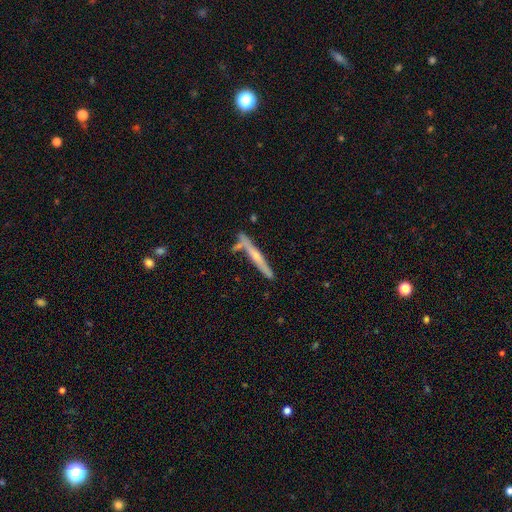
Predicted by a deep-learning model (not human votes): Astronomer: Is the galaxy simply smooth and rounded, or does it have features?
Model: featured or disk — 62%.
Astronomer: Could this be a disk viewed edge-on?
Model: yes — 95%.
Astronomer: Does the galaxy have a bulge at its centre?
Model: rounded — 65%.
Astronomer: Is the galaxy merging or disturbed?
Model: none — 73%.